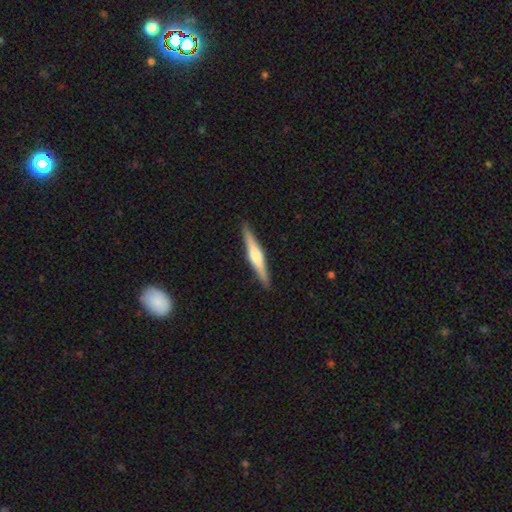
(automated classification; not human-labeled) Morphology: type=featured or disk (64%); edge-on=yes (98%); edge-on bulge=rounded (77%); merging=none (91%).